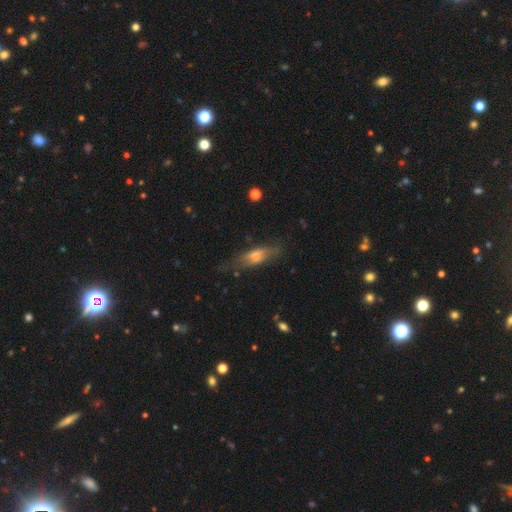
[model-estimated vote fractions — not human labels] This appears to be a featured or disk galaxy (48%). Merging: none (65%).